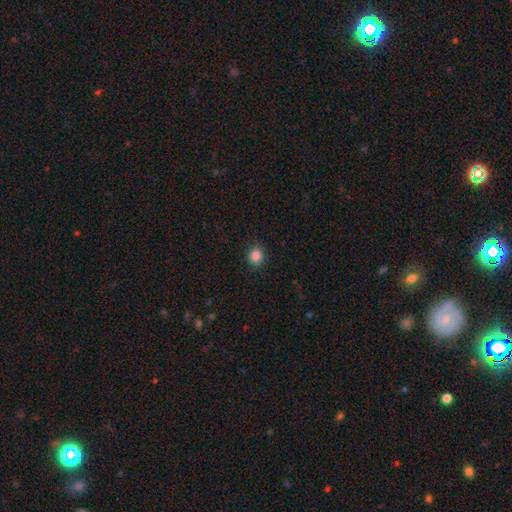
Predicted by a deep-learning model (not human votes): Smooth or featured? Predicted: smooth (p=0.86). How rounded? Predicted: round (p=0.79). Merging? Predicted: none (p=0.86).